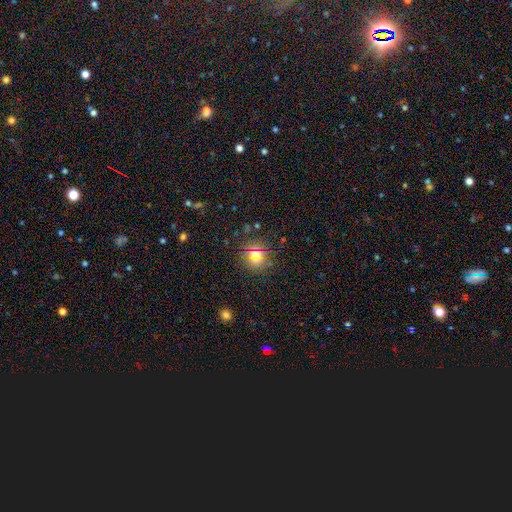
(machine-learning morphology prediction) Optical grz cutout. It shows a smooth galaxy with no disk features (49%). Merging: none (83%).